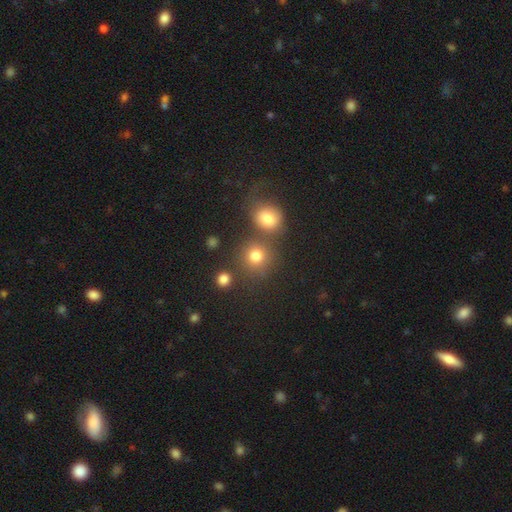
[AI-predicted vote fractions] smooth_or_featured: smooth (p=0.79) [alt: star or artifact p=0.14]
how_rounded: round (p=0.88) [alt: in between p=0.11]
merging: none (p=0.67) [alt: merger p=0.21]